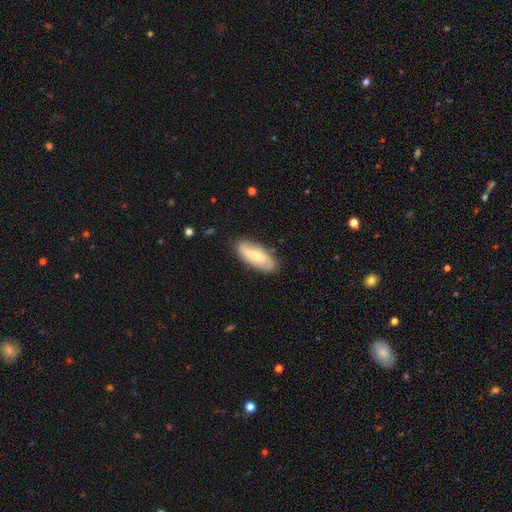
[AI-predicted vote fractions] smooth-or-featured: smooth: 56% | featured or disk: 38% | star or artifact: 6%
  how-rounded: in between: 76% | cigar-shaped: 22% | round: 2%
  merging: none: 81% | minor disturbance: 14% | major disturbance: 3% | merger: 2%